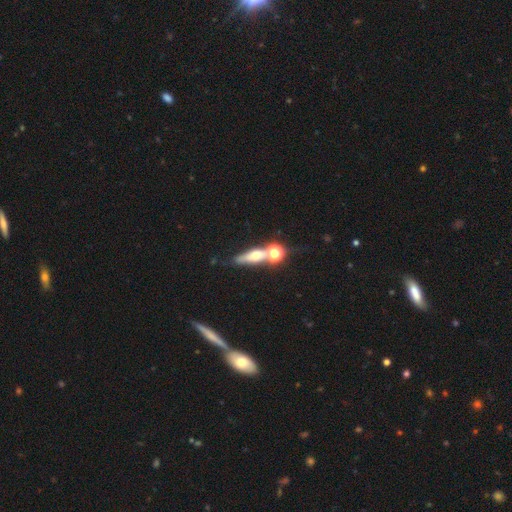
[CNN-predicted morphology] smooth_or_featured: smooth (p=0.47) [alt: featured or disk p=0.36]
merging: none (p=0.49) [alt: merger p=0.30]